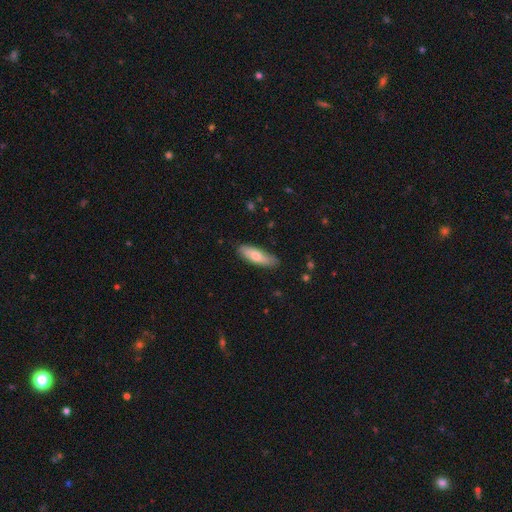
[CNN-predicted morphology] smooth-or-featured: smooth: 72% | featured or disk: 22% | star or artifact: 5%
  how-rounded: in between: 54% | cigar-shaped: 44% | round: 2%
  merging: none: 82% | minor disturbance: 14% | major disturbance: 2% | merger: 1%